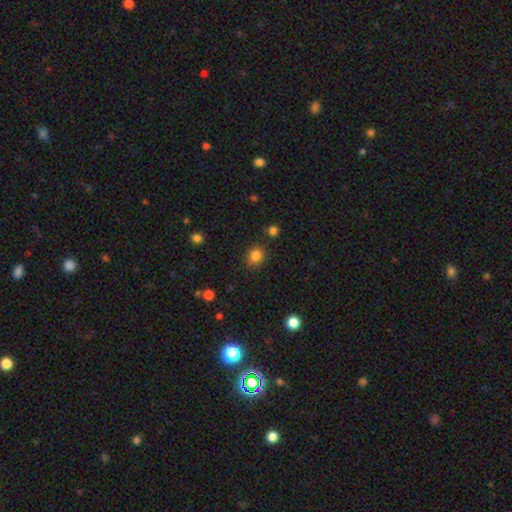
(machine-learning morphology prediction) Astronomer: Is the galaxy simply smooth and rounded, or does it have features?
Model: smooth — 83%.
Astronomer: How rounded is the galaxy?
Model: round — 84%.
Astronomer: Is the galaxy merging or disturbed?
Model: none — 82%.